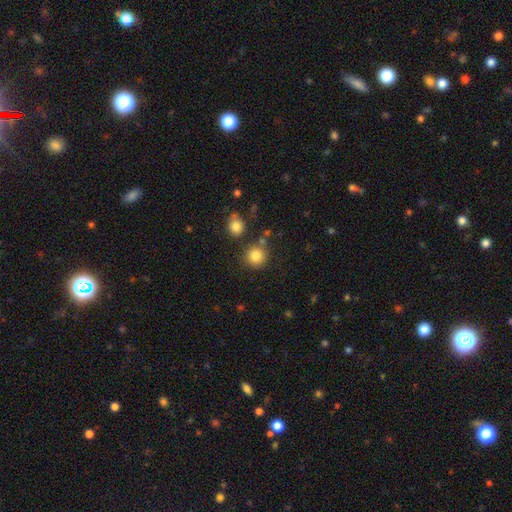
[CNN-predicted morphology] Smooth or featured? smooth (83%)
How rounded? round (92%)
Merging? none (79%)